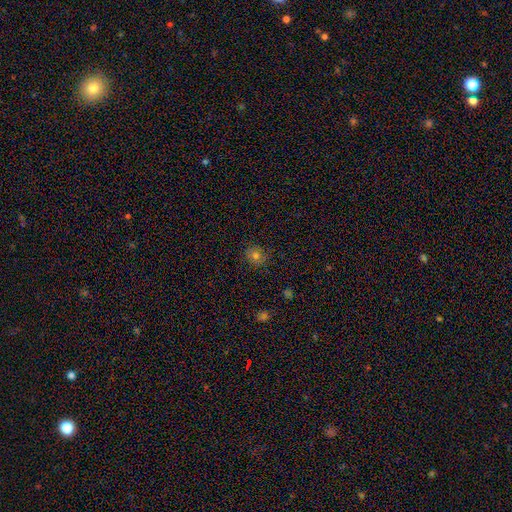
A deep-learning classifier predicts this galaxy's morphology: Smooth or featured?
  - smooth: 75% *
  - star or artifact: 16%
  - featured or disk: 9%
How rounded?
  - round: 86% *
  - in between: 13%
  - cigar-shaped: 1%
Merging?
  - none: 86% *
  - minor disturbance: 10%
  - major disturbance: 2%
  - merger: 1%